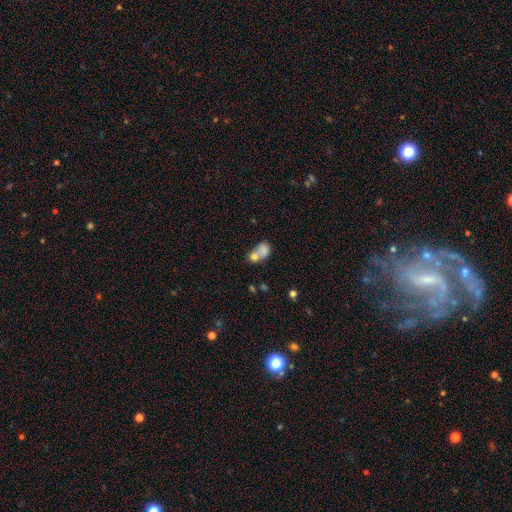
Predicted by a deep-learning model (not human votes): Morphology: type=smooth (72%); roundness=in between (62%); merging=merger (64%).